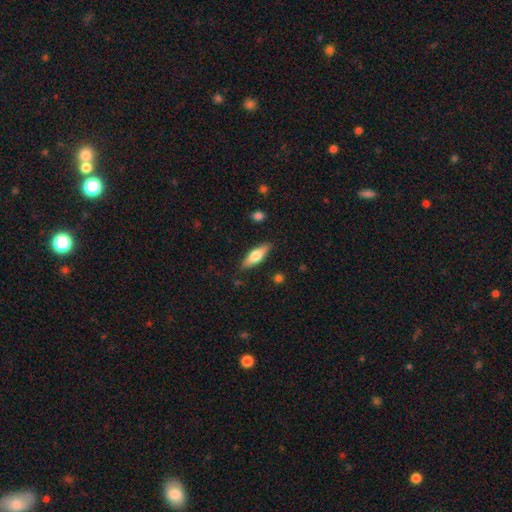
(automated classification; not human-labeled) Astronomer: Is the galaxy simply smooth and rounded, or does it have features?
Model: smooth — 59% (runner-up: featured or disk, 35%).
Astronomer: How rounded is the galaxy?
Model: in between — 51% (runner-up: cigar-shaped, 46%).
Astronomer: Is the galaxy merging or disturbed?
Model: none — 85%.